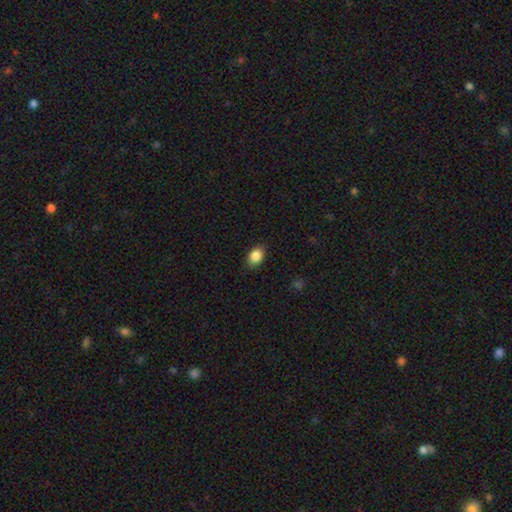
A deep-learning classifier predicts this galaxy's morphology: Smooth or featured? Predicted: smooth (p=0.87). How rounded? Predicted: in between (p=0.74). Merging? Predicted: none (p=0.86).